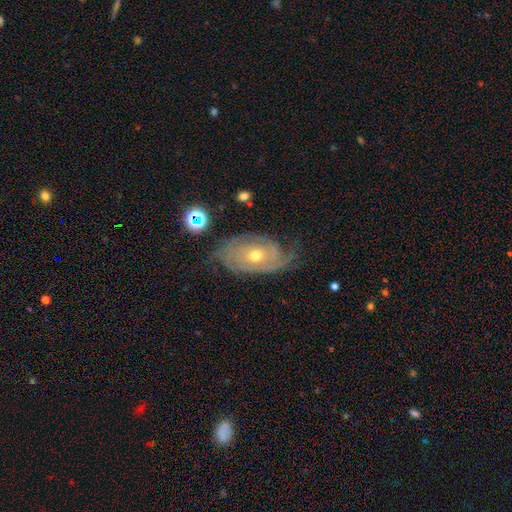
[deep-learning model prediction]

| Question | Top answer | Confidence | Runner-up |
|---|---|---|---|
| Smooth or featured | featured or disk | 87% | smooth (7%) |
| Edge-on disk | no | 95% | yes (5%) |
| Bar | no | 76% | weak (19%) |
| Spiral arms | yes | 96% | no (4%) |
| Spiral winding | tight | 69% | medium (24%) |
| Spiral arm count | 2 | 32% | can't tell (27%) |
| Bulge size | moderate | 59% | small (38%) |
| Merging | none | 71% | minor disturbance (19%) |